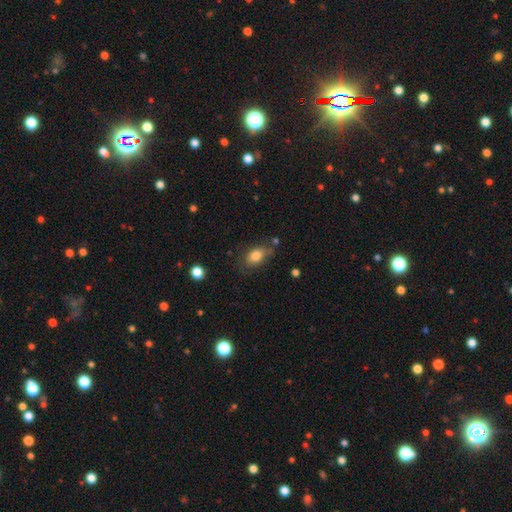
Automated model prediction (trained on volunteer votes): smooth-or-featured: smooth: 80% | featured or disk: 12% | star or artifact: 8%
  how-rounded: in between: 85% | round: 12% | cigar-shaped: 3%
  merging: none: 62% | minor disturbance: 25% | major disturbance: 8% | merger: 5%